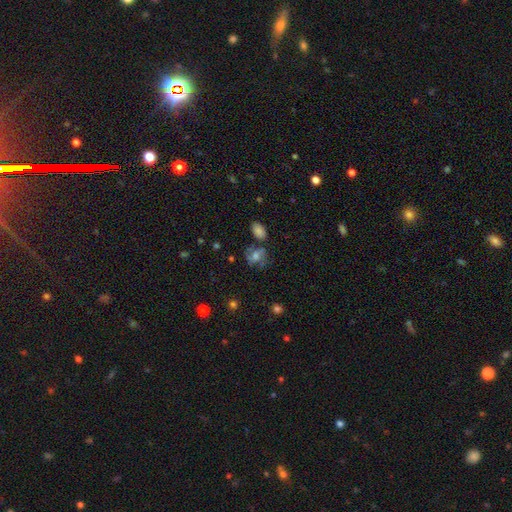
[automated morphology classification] Smooth or featured? Predicted: smooth (p=0.46). Merging? Predicted: none (p=0.57).